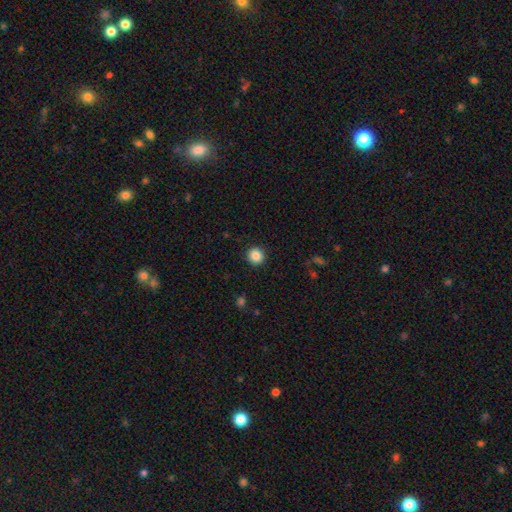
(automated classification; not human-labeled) A smooth galaxy with no disk features (87%) that is round (93%). Merging: none (91%).